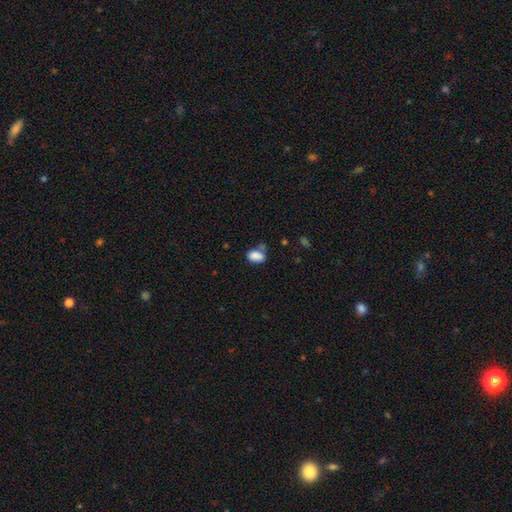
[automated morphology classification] This appears to be a smooth galaxy with no disk features (85%) that is in between round and cigar-shaped (86%). Merging: none (56%).